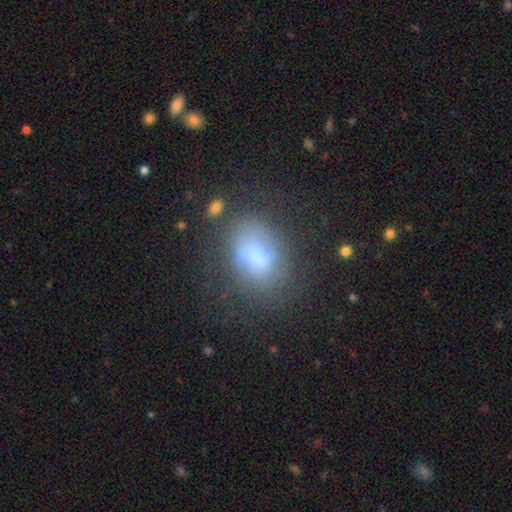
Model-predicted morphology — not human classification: Overall: smooth (63%; featured or disk 26%). How rounded: in between (78%). Merging: none (52%; minor disturbance 25%).